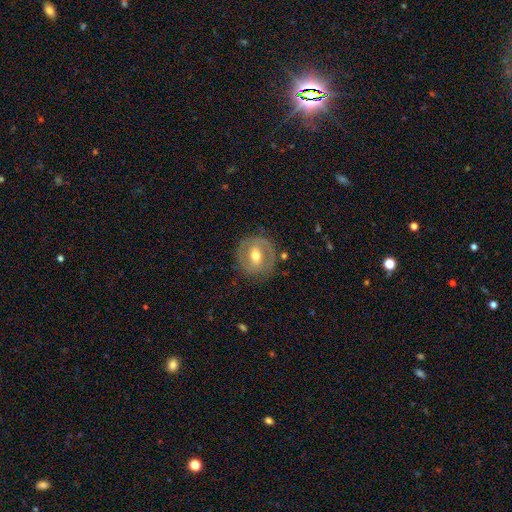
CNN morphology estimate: This is likely a featured or disk galaxy (62%). It is clearly not viewed edge-on (95%). Bar: marginally weak (43%). Spiral arm pattern: possibly yes (50%, tied with no). Central bulge: likely moderate (77%). Merging: likely none (79%).